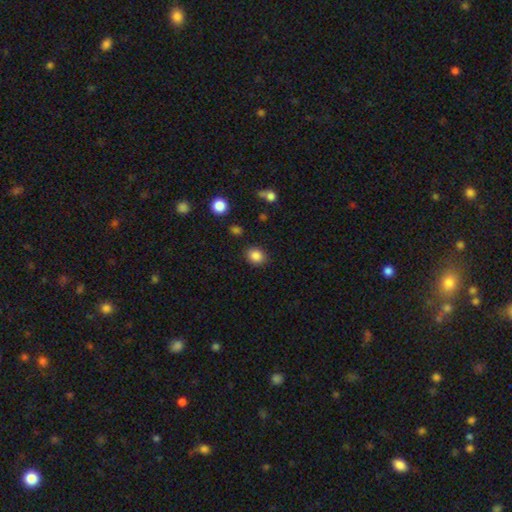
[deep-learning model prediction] smooth-or-featured: smooth: 85% | star or artifact: 10% | featured or disk: 4%
  how-rounded: round: 62% | in between: 38% | cigar-shaped: 1%
  merging: none: 86% | minor disturbance: 9% | major disturbance: 3% | merger: 2%